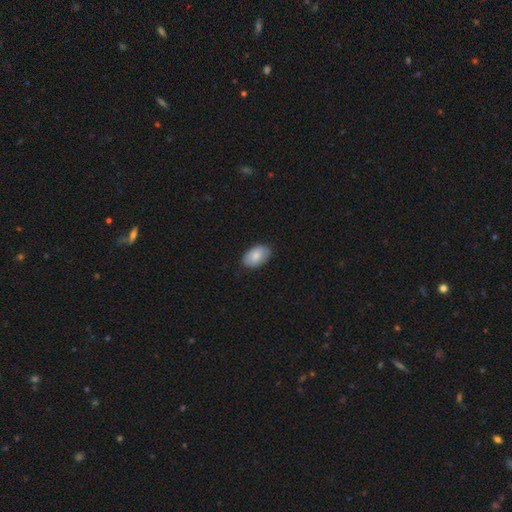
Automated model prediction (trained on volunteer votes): smooth-or-featured: smooth: 82% | featured or disk: 12% | star or artifact: 6%
  how-rounded: in between: 93% | round: 6% | cigar-shaped: 1%
  merging: none: 84% | minor disturbance: 13% | major disturbance: 2% | merger: 1%